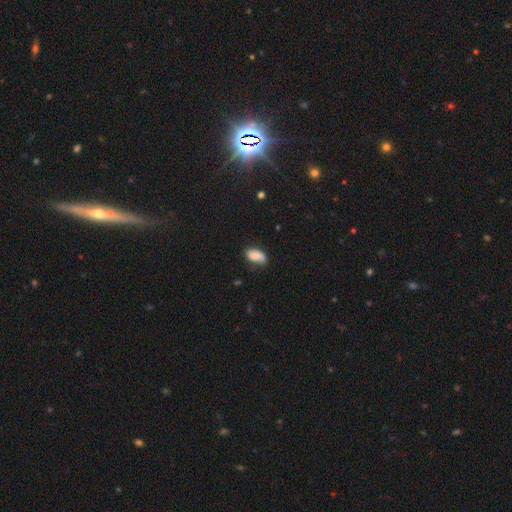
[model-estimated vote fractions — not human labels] This is likely a smooth galaxy (80%). How rounded: clearly in between (91%). Merging: possibly none (56%).